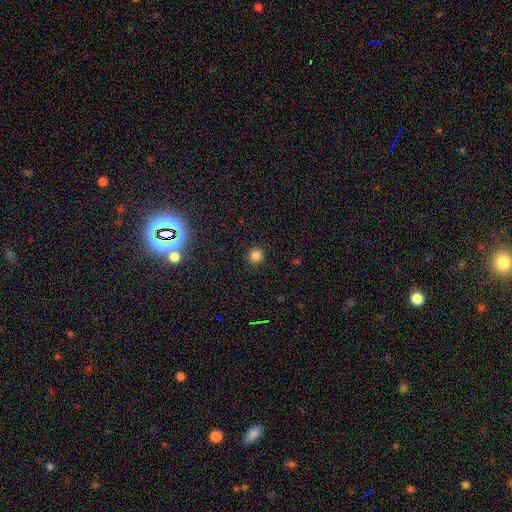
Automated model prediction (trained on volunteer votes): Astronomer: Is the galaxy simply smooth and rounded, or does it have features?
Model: smooth — 81%.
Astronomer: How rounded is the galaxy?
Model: round — 95%.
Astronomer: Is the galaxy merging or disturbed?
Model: none — 91%.